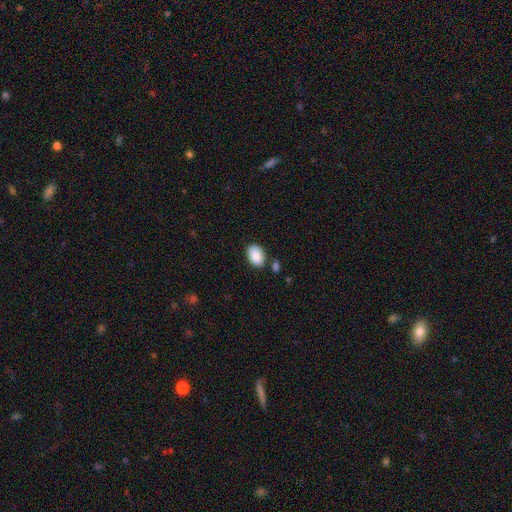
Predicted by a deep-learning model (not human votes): smooth_or_featured: smooth (p=0.88) [alt: star or artifact p=0.07]
how_rounded: in between (p=0.86) [alt: round p=0.13]
merging: none (p=0.76) [alt: minor disturbance p=0.14]